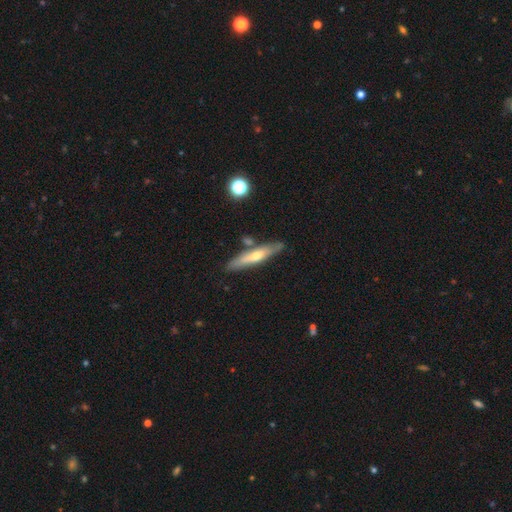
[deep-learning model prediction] A featured or disk galaxy (53%) viewed edge-on (84%). Merging: none (80%).